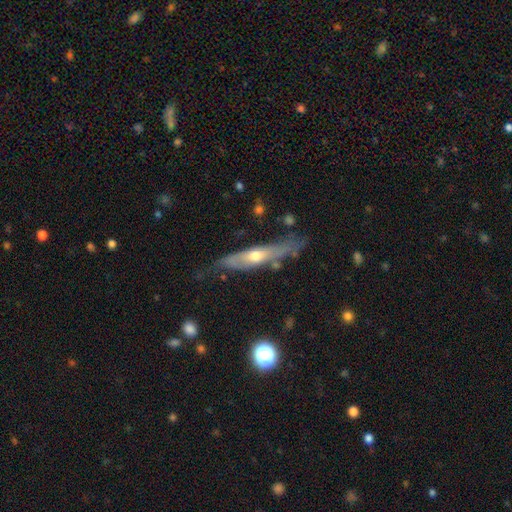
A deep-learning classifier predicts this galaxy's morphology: A featured or disk galaxy (62%) viewed edge-on (72%).

Vote fractions:
- Smooth or featured? featured or disk: 62% / smooth: 33% / star or artifact: 6%
- Edge-on disk? yes: 72% / no: 28%
- Merging? none: 64% / minor disturbance: 25% / major disturbance: 8% / merger: 4%